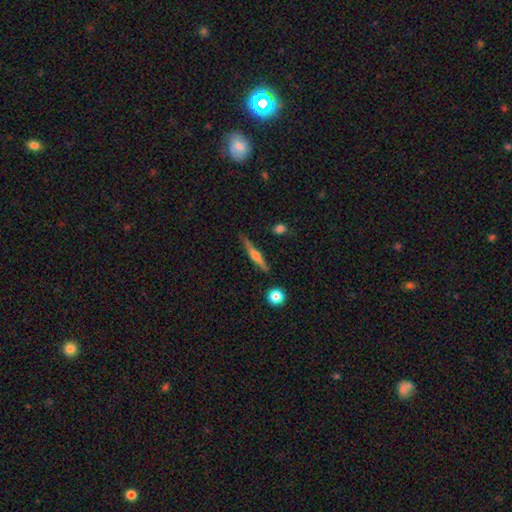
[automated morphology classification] smooth_or_featured: featured or disk (p=0.64) [alt: smooth p=0.29]
disk_edge_on: yes (p=0.97) [alt: no p=0.03]
edge_on_bulge: rounded (p=0.87) [alt: boxy p=0.06]
merging: none (p=0.82) [alt: minor disturbance p=0.13]